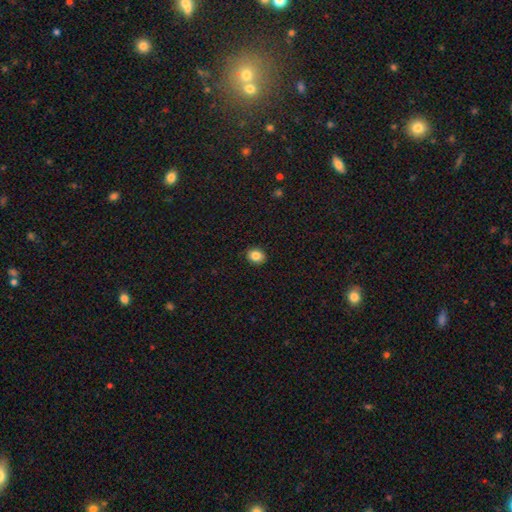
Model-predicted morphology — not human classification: smooth-or-featured: smooth: 84% | star or artifact: 10% | featured or disk: 6%
  how-rounded: round: 54% | in between: 45% | cigar-shaped: 1%
  merging: none: 90% | minor disturbance: 7% | major disturbance: 2% | merger: 1%